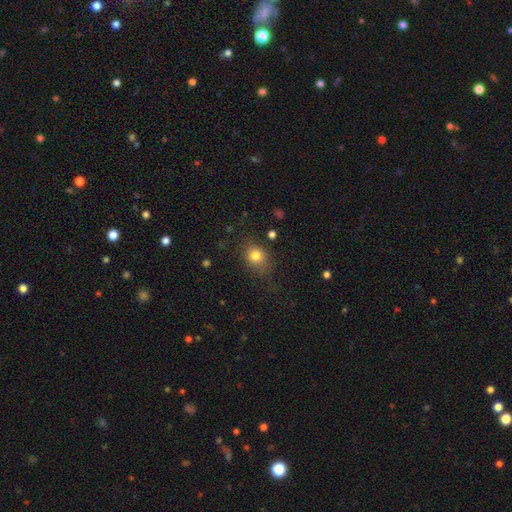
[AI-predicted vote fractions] Smooth or featured: smooth — 79% (star or artifact — 12%)
How rounded: round — 59% (in between — 40%)
Merging: none — 72% (minor disturbance — 18%)